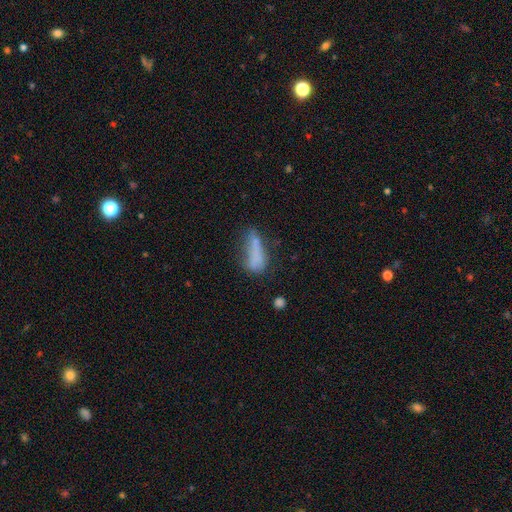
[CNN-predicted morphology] Overall: smooth (69%). How rounded: in between (54%; cigar-shaped 43%). Merging: none (38%; minor disturbance 27%).